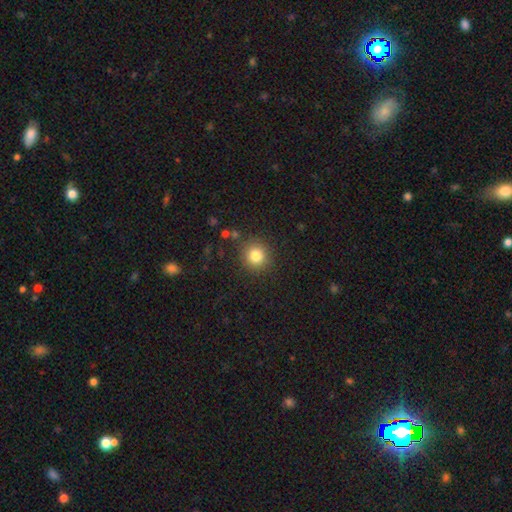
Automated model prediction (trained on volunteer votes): The model was most divided on "smooth or featured": smooth: 82%, star or artifact: 12%, featured or disk: 6%. More confident: how rounded — round (91%); merging — none (88%).